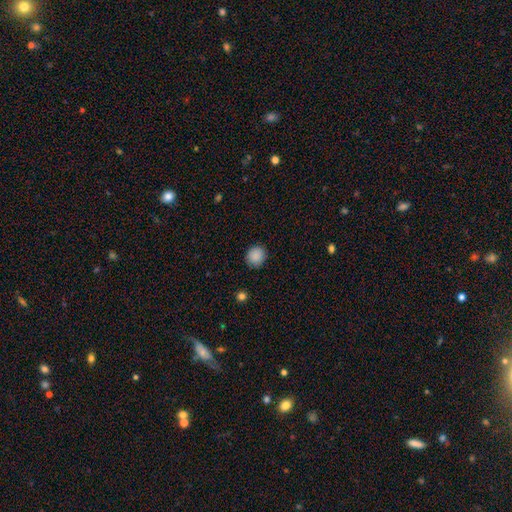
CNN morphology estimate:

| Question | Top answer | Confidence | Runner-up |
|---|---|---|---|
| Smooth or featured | smooth | 88% | star or artifact (9%) |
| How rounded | round | 87% | in between (12%) |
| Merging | none | 88% | minor disturbance (9%) |